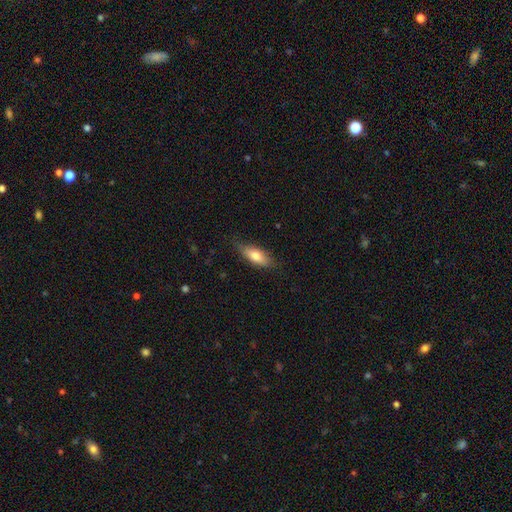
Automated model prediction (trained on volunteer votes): Overall: smooth (71%). How rounded: in between (70%). Merging: none (76%).